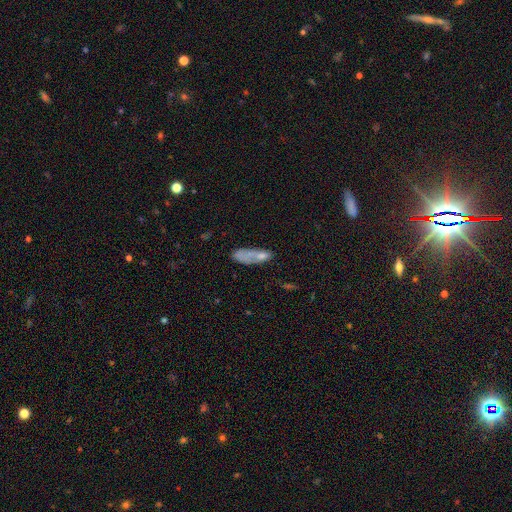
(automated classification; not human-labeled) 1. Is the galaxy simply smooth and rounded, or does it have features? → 59% smooth, 28% featured or disk, 12% star or artifact.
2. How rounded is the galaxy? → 54% in between, 41% cigar-shaped, 5% round.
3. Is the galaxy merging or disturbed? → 36% none, 22% merger, 21% minor disturbance, 20% major disturbance.